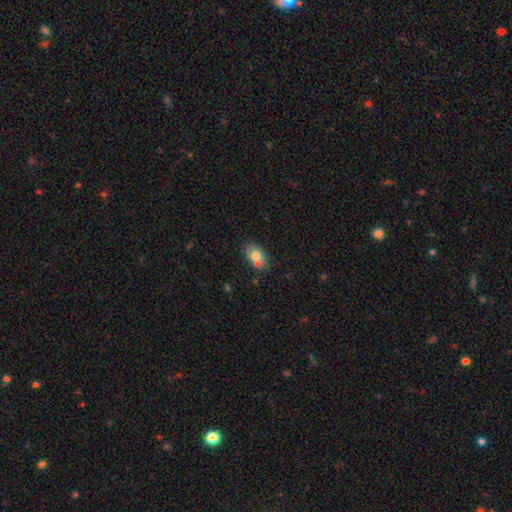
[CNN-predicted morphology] A smooth galaxy with no disk features (71%) that is in between round and cigar-shaped (84%).

Vote fractions:
- Smooth or featured? smooth: 71% / featured or disk: 21% / star or artifact: 8%
- How rounded? in between: 84% / round: 14% / cigar-shaped: 2%
- Merging? none: 57% / merger: 25% / minor disturbance: 14% / major disturbance: 4%